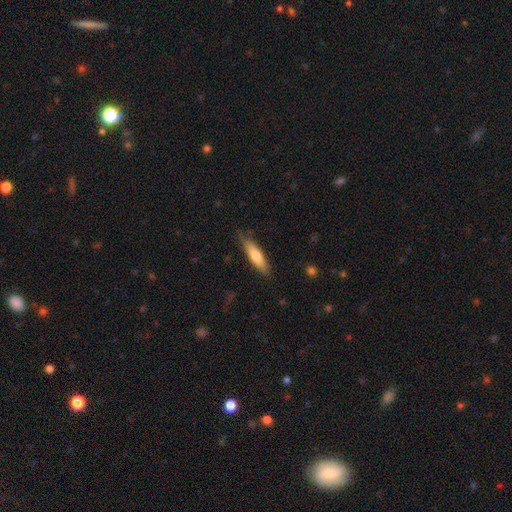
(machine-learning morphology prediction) The model was most divided on "smooth or featured": smooth: 68%, featured or disk: 27%, star or artifact: 5%. More confident: merging — none (80%); how rounded — cigar-shaped (74%).